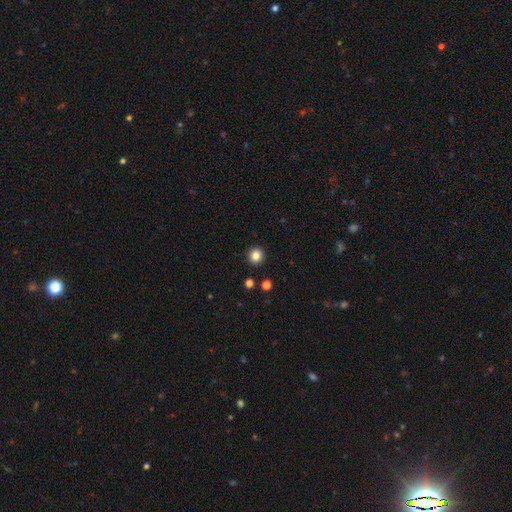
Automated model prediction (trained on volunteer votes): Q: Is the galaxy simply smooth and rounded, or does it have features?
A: smooth — 84%.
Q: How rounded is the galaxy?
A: round — 95%.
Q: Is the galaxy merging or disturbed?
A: none — 93%.